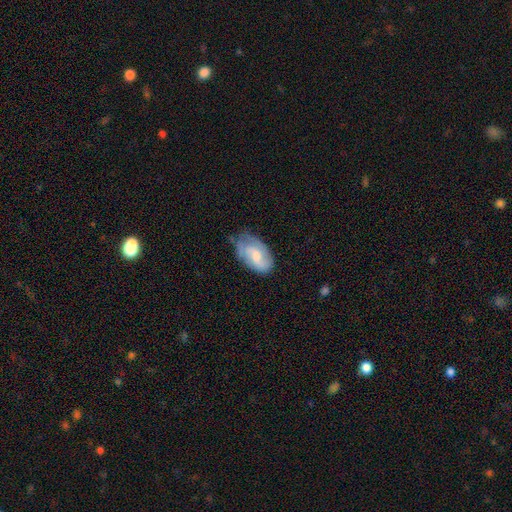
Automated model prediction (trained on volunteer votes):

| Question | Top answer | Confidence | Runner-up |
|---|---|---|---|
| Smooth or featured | featured or disk | 58% | smooth (35%) |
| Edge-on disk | no | 96% | yes (4%) |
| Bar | no | 50% | weak (43%) |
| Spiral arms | yes | 86% | no (14%) |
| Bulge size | moderate | 45% | small (41%) |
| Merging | none | 59% | minor disturbance (30%) |